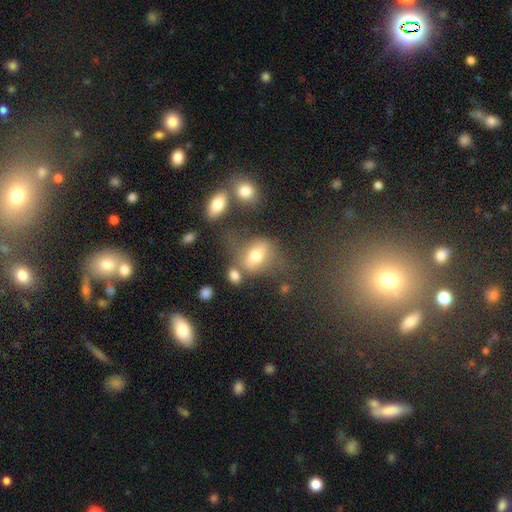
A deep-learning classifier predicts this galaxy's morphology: This appears to be a smooth galaxy with no disk features (62%) that is in between round and cigar-shaped (73%). Merging: none (44%).